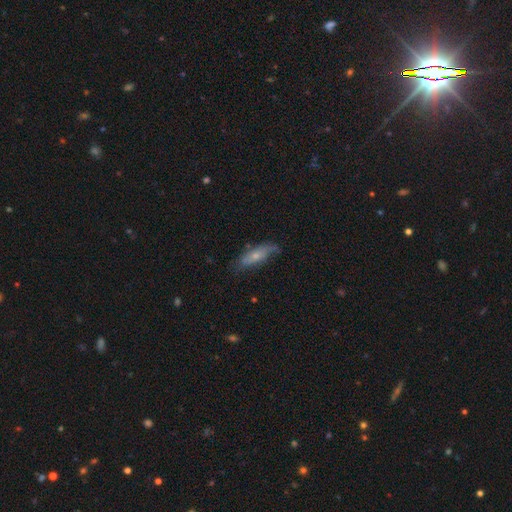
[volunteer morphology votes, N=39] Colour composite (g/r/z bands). It shows a smooth galaxy with no disk features (67%) that is in between round and cigar-shaped (58%). Merging: none (50%).